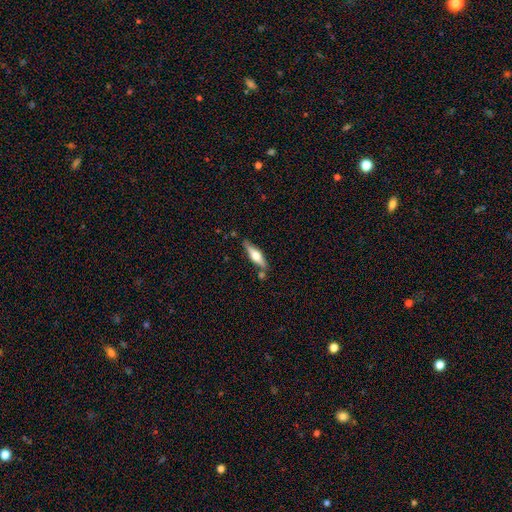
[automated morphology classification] featured or disk 62%, smooth 33%, star or artifact 5%. Down the decision tree: edge-on disk — yes (95%); edge-on bulge — rounded (93%); merging — none (78%).